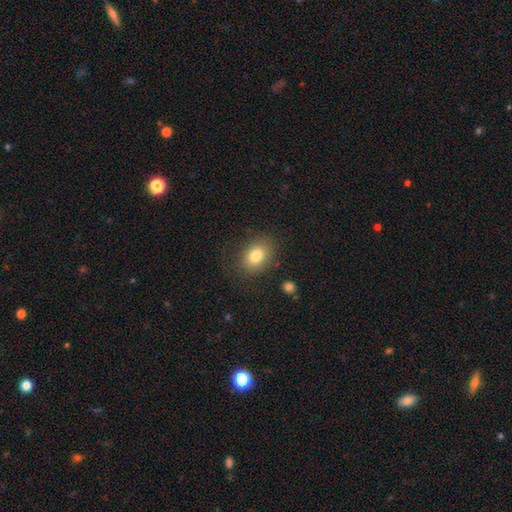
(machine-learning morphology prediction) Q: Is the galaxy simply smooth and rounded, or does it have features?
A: smooth — 81%.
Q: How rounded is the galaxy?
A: in between — 67%.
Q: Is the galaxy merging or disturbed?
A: none — 80%.